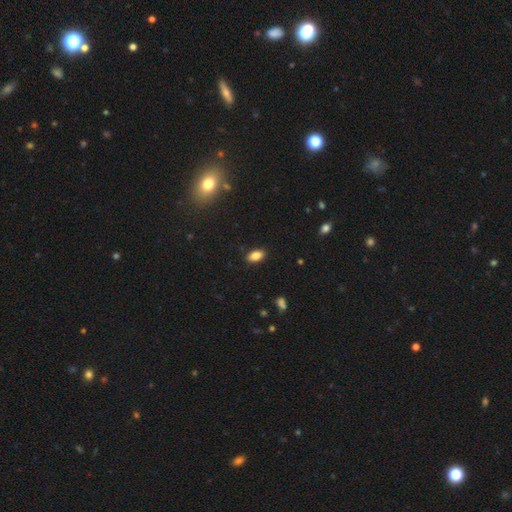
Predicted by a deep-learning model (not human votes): smooth 83%, star or artifact 9%, featured or disk 8%. Down the decision tree: how rounded — in between (90%); merging — none (88%).